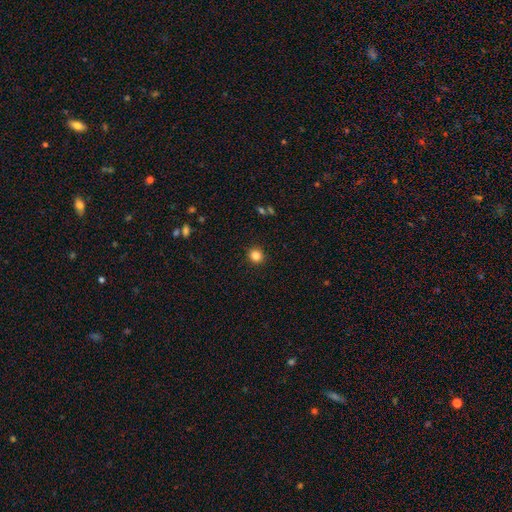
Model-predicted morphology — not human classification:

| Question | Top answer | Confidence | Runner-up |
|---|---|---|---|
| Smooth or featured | smooth | 84% | star or artifact (12%) |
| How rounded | round | 89% | in between (10%) |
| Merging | none | 92% | minor disturbance (5%) |